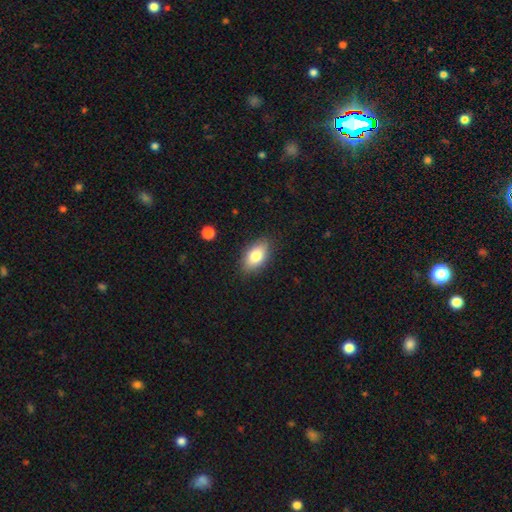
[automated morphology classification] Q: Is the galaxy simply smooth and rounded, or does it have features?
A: smooth — 79%.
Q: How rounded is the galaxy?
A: in between — 90%.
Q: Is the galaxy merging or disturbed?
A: none — 85%.